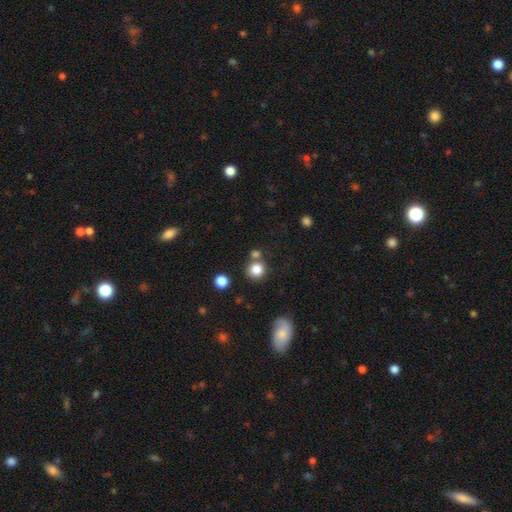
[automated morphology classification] smooth-or-featured: smooth: 76% | star or artifact: 16% | featured or disk: 8%
  how-rounded: round: 89% | in between: 10% | cigar-shaped: 1%
  merging: none: 72% | merger: 15% | minor disturbance: 9% | major disturbance: 4%